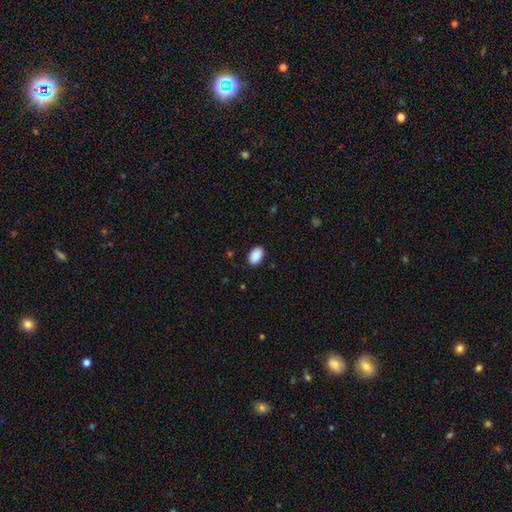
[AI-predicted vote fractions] This appears to be a smooth galaxy with no disk features (90%) that is in between round and cigar-shaped (92%). Merging: none (87%).